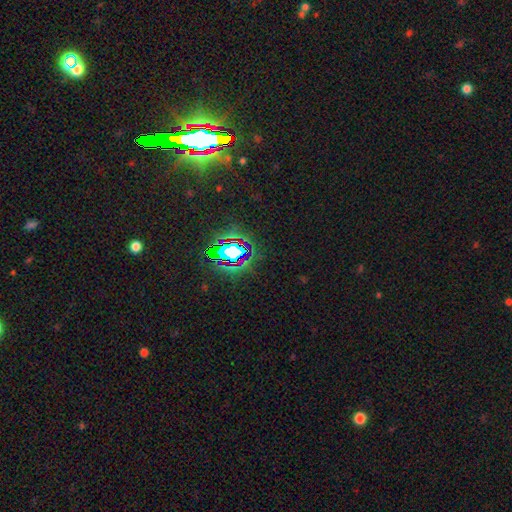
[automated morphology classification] Overall: star or artifact (83%).